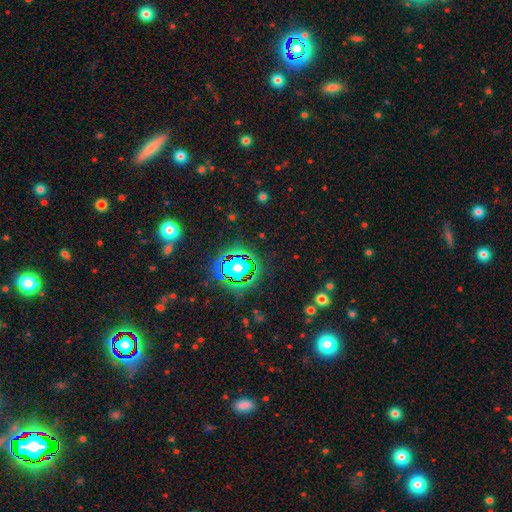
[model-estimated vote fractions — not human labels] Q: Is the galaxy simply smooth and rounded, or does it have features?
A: star or artifact — 78%.